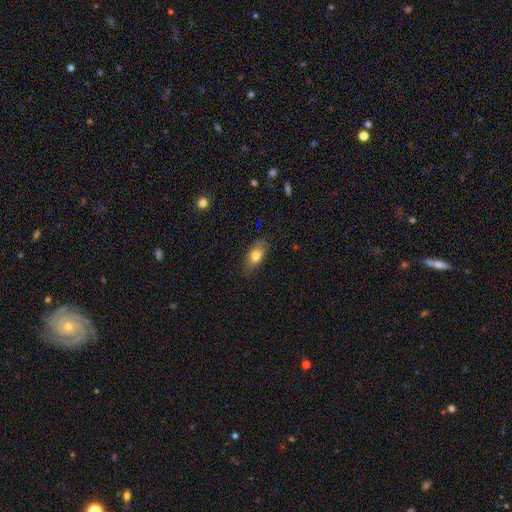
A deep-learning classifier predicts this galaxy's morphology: Overall: smooth (77%). How rounded: in between (83%). Merging: none (80%).